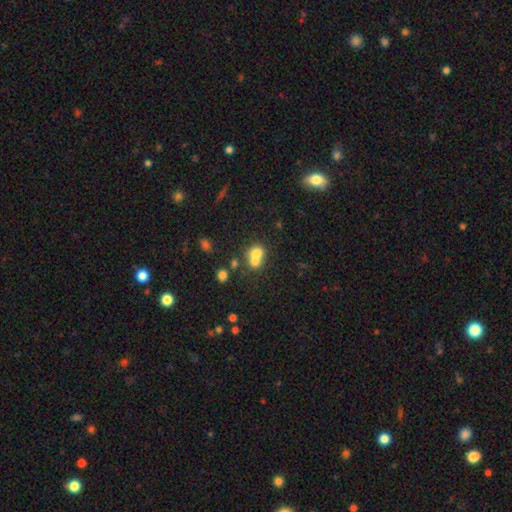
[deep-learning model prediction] This appears to be a smooth galaxy with no disk features (70%) that is round (64%). Merging: merger (66%).